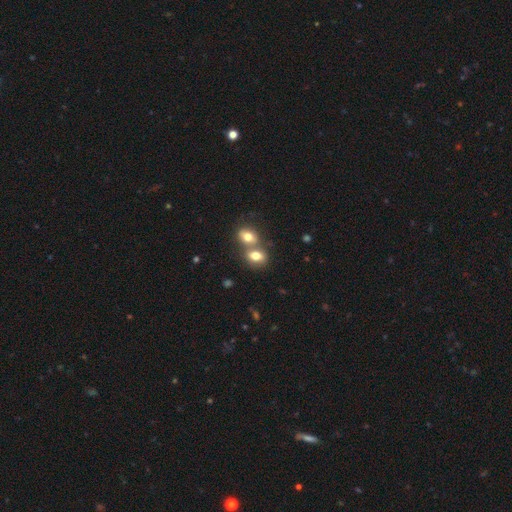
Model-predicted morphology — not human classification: A smooth galaxy with no disk features (77%) that is in between round and cigar-shaped (75%).

Vote fractions:
- Smooth or featured? smooth: 77% / featured or disk: 13% / star or artifact: 10%
- How rounded? in between: 75% / round: 23% / cigar-shaped: 2%
- Merging? merger: 57% / none: 32% / minor disturbance: 8% / major disturbance: 3%